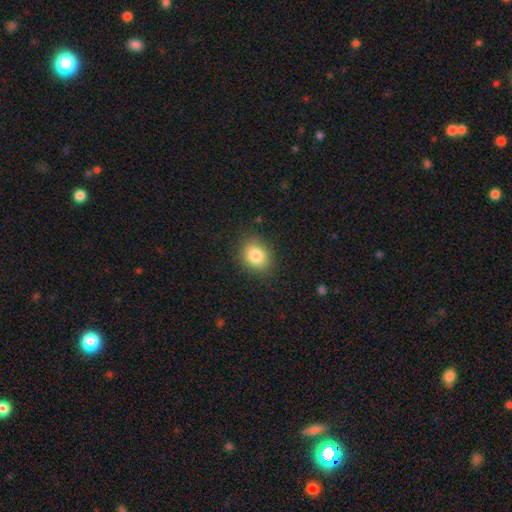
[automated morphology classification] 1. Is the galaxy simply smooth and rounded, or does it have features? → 83% smooth, 10% star or artifact, 8% featured or disk.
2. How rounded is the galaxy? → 57% round, 42% in between, 1% cigar-shaped.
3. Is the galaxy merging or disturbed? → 85% none, 11% minor disturbance, 3% major disturbance, 1% merger.